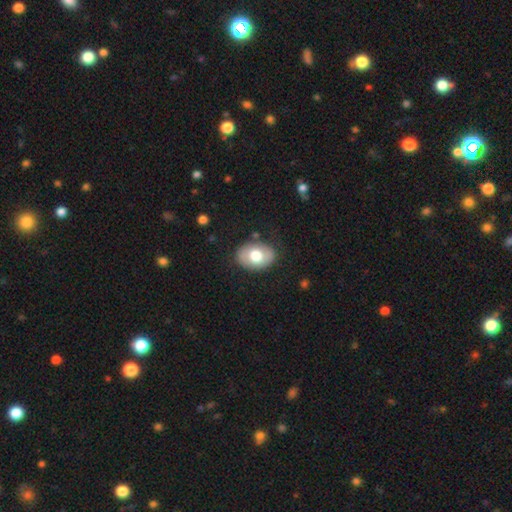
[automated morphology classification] Smooth or featured? smooth (68%)
How rounded? in between (77%)
Merging? none (82%)